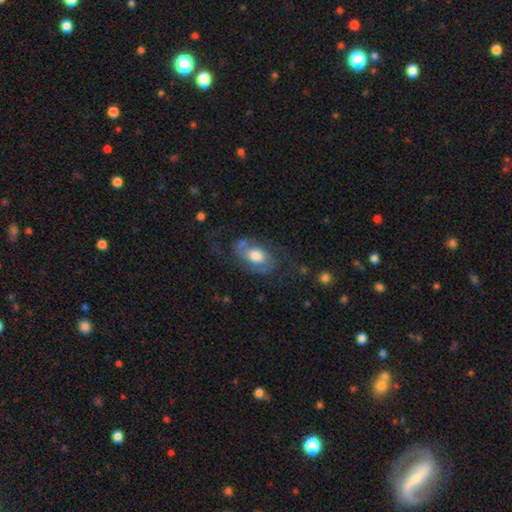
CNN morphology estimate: featured or disk 62%, smooth 30%, star or artifact 7%. Down the decision tree: edge-on disk — no (95%); bar — no (75%); spiral arms — yes (77%); bulge size — moderate (45%); merging — none (52%).